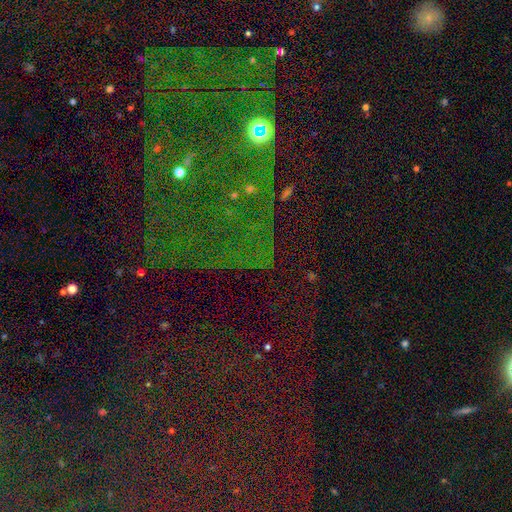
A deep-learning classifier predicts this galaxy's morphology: Smooth or featured? star or artifact (79%)